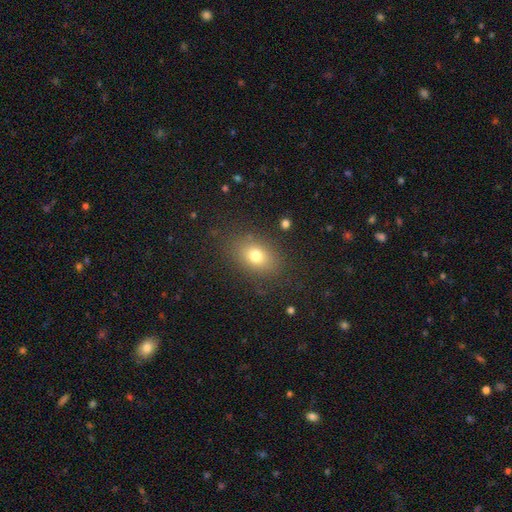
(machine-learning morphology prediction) Smooth or featured?
  - smooth: 76% *
  - star or artifact: 12%
  - featured or disk: 12%
How rounded?
  - in between: 73% *
  - round: 25%
  - cigar-shaped: 2%
Merging?
  - none: 82% *
  - minor disturbance: 11%
  - major disturbance: 5%
  - merger: 2%